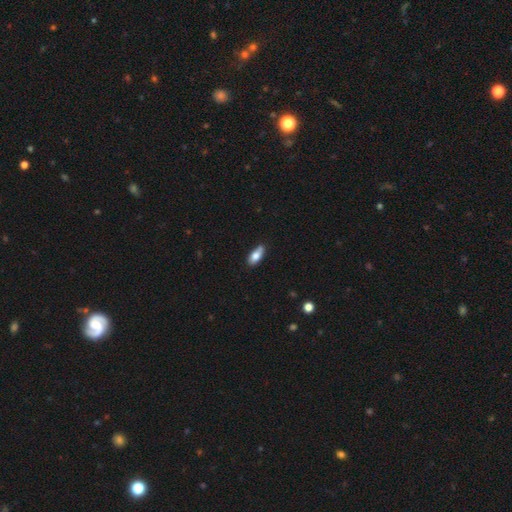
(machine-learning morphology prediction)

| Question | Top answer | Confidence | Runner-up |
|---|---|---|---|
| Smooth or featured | smooth | 77% | featured or disk (16%) |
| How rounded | in between | 82% | cigar-shaped (15%) |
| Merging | none | 68% | minor disturbance (24%) |